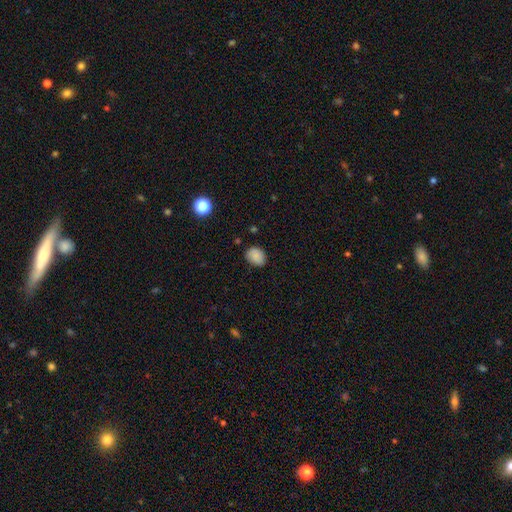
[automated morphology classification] Smooth or featured? Predicted: smooth (p=0.86). How rounded? Predicted: in between (p=0.59). Merging? Predicted: none (p=0.78).